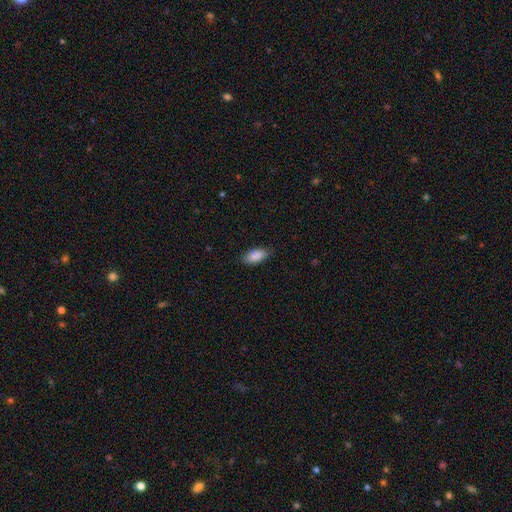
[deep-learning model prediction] Q: Smooth or featured?
A: smooth (87%); runner-up: featured or disk (7%)
Q: How rounded?
A: in between (87%); runner-up: cigar-shaped (10%)
Q: Merging?
A: none (85%); runner-up: minor disturbance (12%)